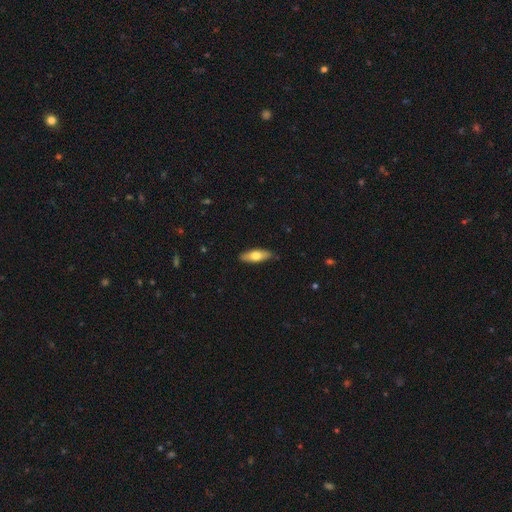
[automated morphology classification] type=smooth (66%); roundness=in between (64%); merging=none (87%).